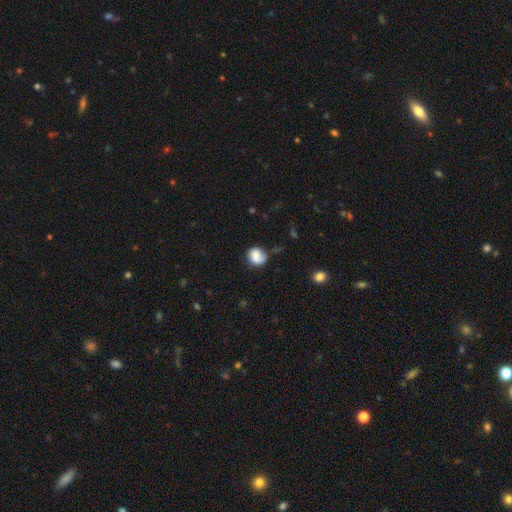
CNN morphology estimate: smooth 77%, featured or disk 15%, star or artifact 8%. Down the decision tree: how rounded — round (72%); merging — none (60%).